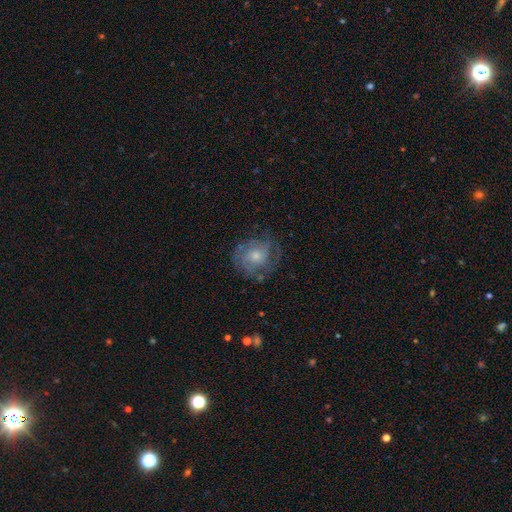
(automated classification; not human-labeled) Smooth or featured? featured or disk (65%)
Edge-on disk? no (97%)
Bar? no (78%)
Spiral arms? yes (85%)
Spiral winding? tight (58%)
Spiral arm count? can't tell (42%)
Bulge size? moderate (50%)
Merging? none (75%)